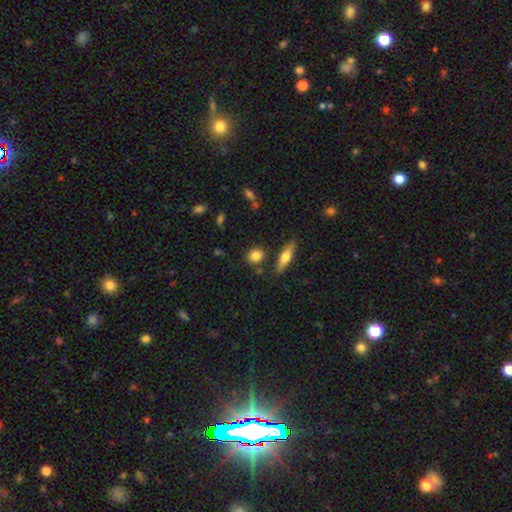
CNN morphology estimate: A smooth galaxy with no disk features (81%) that is round (68%).

Vote fractions:
- Smooth or featured? smooth: 81% / featured or disk: 10% / star or artifact: 9%
- How rounded? round: 68% / in between: 27% / cigar-shaped: 5%
- Merging? none: 81% / minor disturbance: 11% / merger: 6% / major disturbance: 3%